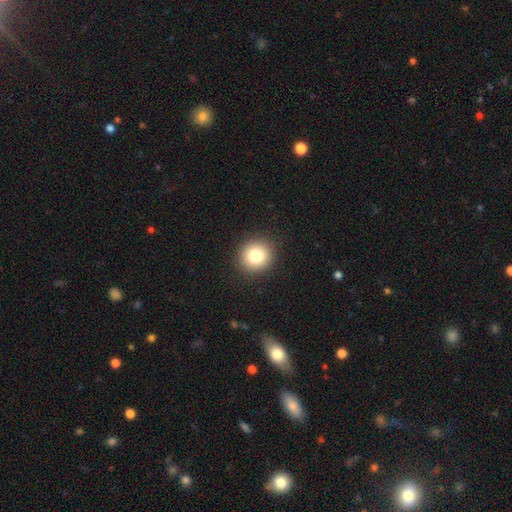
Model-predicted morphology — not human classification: Smooth or featured?
  - smooth: 81% *
  - star or artifact: 11%
  - featured or disk: 8%
How rounded?
  - round: 91% *
  - in between: 8%
  - cigar-shaped: 1%
Merging?
  - none: 91% *
  - minor disturbance: 6%
  - major disturbance: 2%
  - merger: 1%